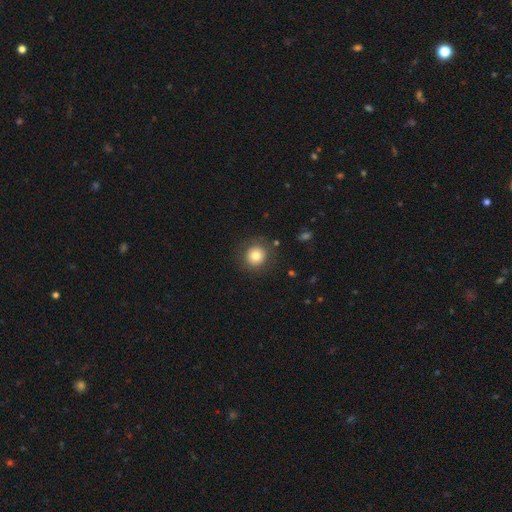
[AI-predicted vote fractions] The model was most divided on "smooth or featured": smooth: 77%, featured or disk: 12%, star or artifact: 11%. More confident: how rounded — round (92%); merging — none (85%).